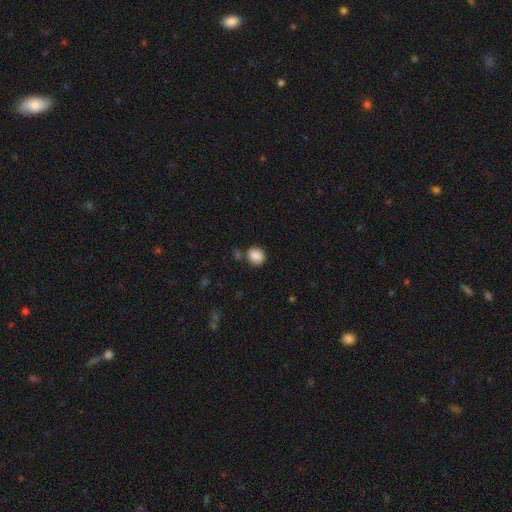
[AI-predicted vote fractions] This appears to be a smooth galaxy with no disk features (87%) that is round (67%). Merging: none (72%).